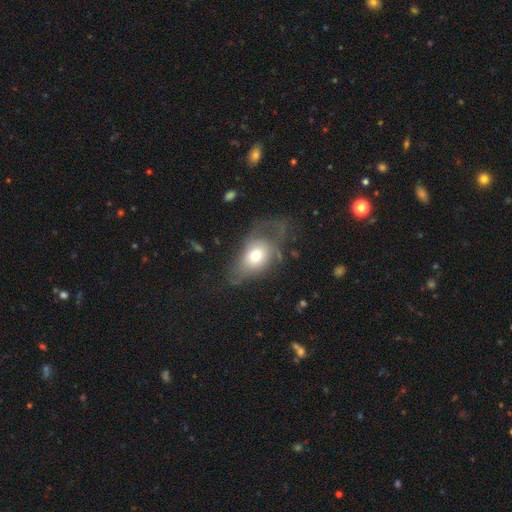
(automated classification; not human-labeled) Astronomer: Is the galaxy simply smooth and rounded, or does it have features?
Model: smooth — 62%.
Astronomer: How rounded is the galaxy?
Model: in between — 73%.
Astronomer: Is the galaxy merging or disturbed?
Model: major disturbance — 41% (runner-up: none, 31%).